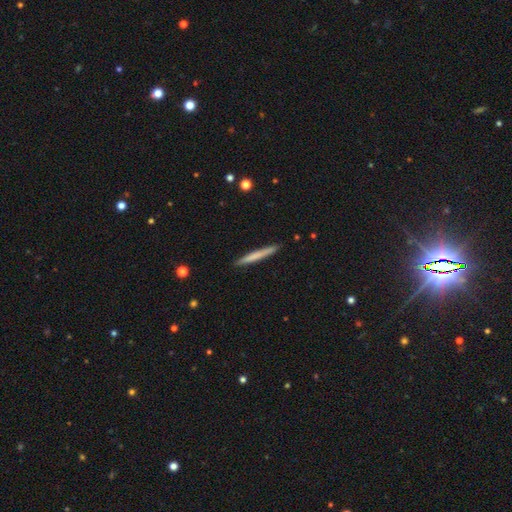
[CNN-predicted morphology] smooth 66%, featured or disk 29%, star or artifact 5%. Down the decision tree: how rounded — cigar-shaped (97%); merging — none (91%).